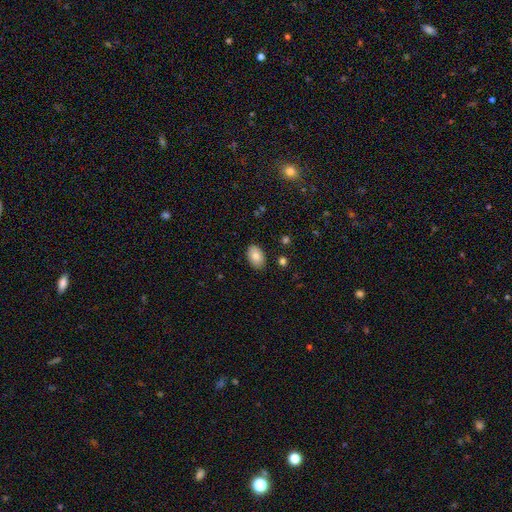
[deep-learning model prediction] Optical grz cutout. It shows a smooth galaxy with no disk features (83%) that is in between round and cigar-shaped (90%). Merging: none (87%).